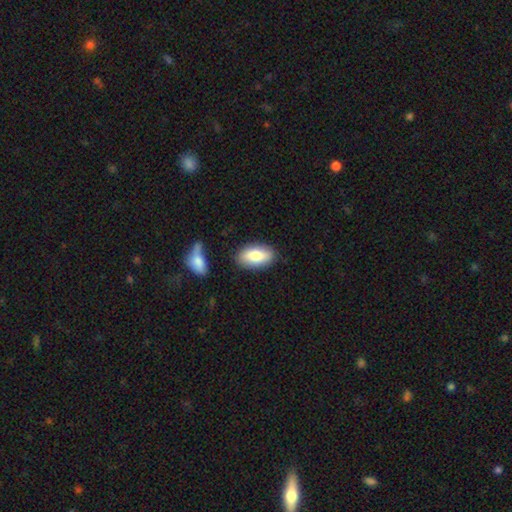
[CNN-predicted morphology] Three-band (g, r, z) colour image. It shows a smooth galaxy with no disk features (79%) that is in between round and cigar-shaped (91%). Merging: none (83%).